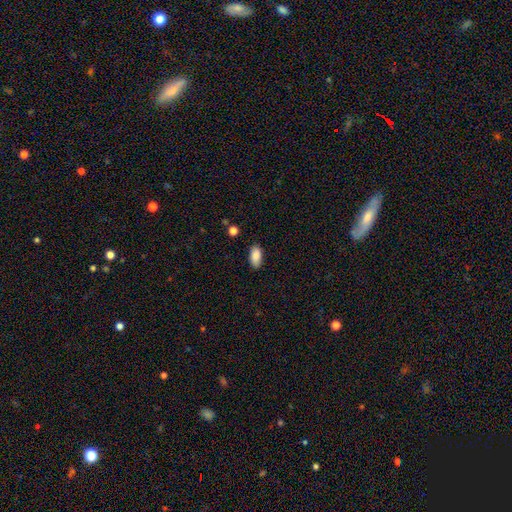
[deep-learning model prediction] A smooth galaxy with no disk features (88%) that is in between round and cigar-shaped (92%). Merging: none (85%).